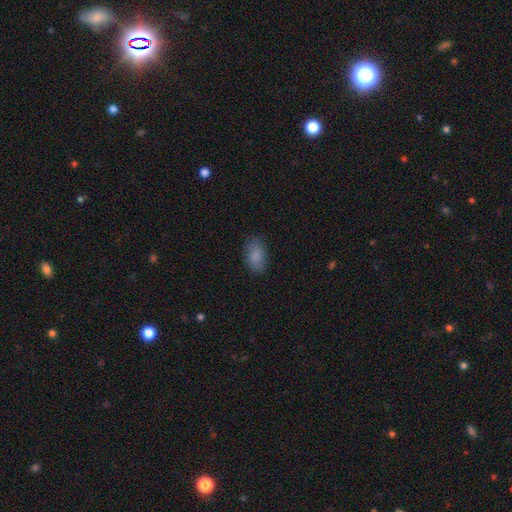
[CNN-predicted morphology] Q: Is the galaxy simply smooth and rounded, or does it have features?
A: smooth — 86%.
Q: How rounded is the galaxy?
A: in between — 92%.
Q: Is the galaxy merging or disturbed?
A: none — 80%.